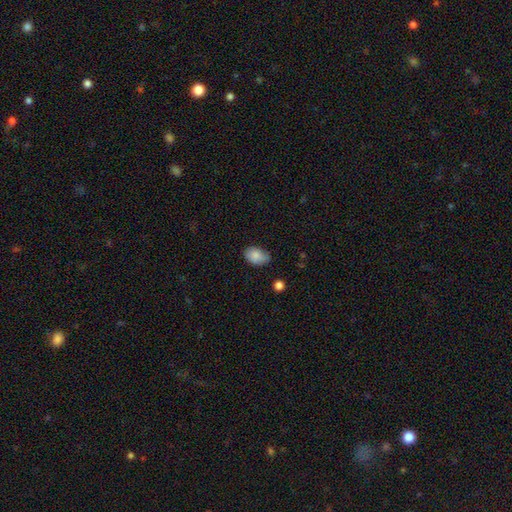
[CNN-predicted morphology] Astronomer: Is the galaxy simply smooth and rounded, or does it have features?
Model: smooth — 85%.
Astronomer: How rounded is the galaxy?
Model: in between — 88%.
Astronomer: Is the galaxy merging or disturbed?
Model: none — 67%.